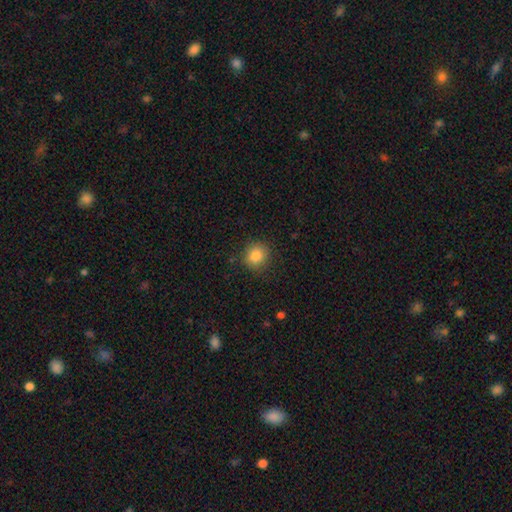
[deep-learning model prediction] A smooth galaxy with no disk features (85%) that is round (87%). Merging: none (86%).